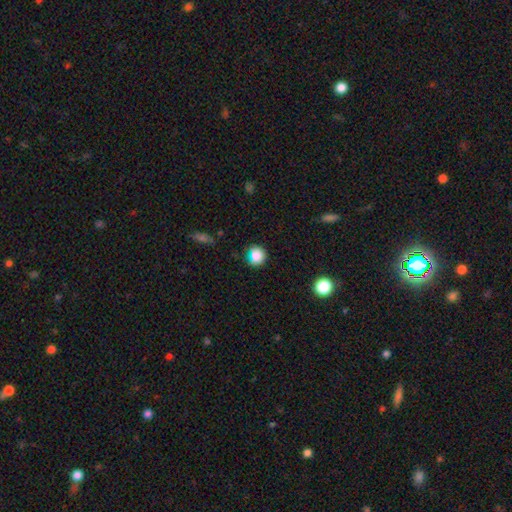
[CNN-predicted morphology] smooth 82%, star or artifact 12%, featured or disk 6%. Down the decision tree: how rounded — round (81%); merging — none (69%).